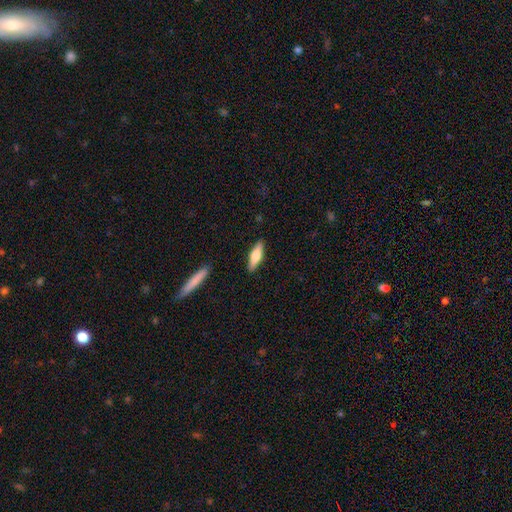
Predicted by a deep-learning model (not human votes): Smooth or featured? smooth (60%)
How rounded? cigar-shaped (55%)
Merging? none (88%)